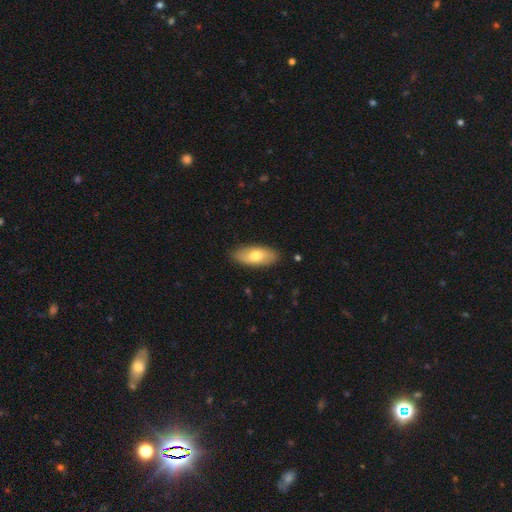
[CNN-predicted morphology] type=smooth (71%); roundness=in between (86%); merging=none (87%).